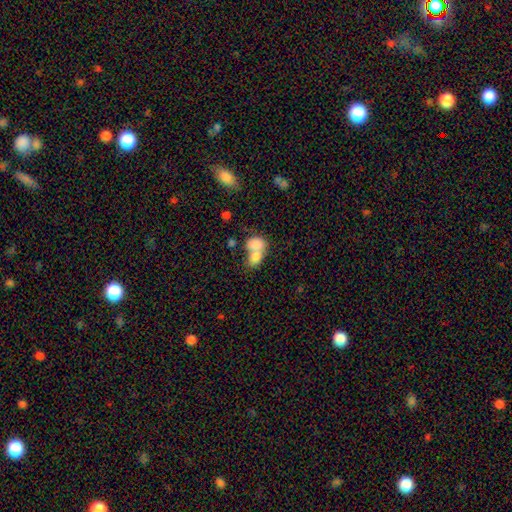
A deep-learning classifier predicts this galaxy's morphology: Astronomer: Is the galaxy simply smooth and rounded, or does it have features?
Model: smooth — 79%.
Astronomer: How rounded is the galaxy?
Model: in between — 70%.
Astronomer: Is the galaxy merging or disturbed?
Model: merger — 74%.